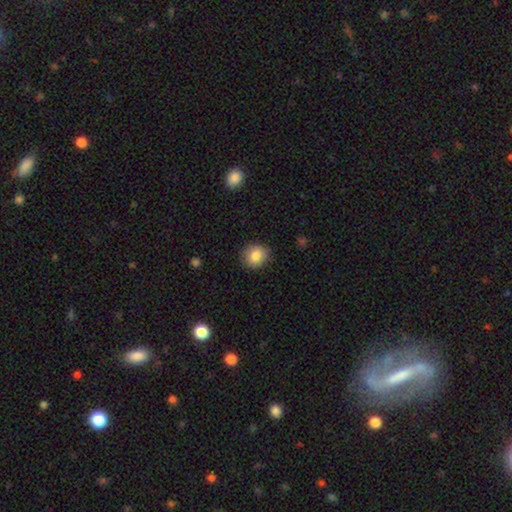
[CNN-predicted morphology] Overall: smooth (84%). How rounded: round (82%). Merging: none (88%).